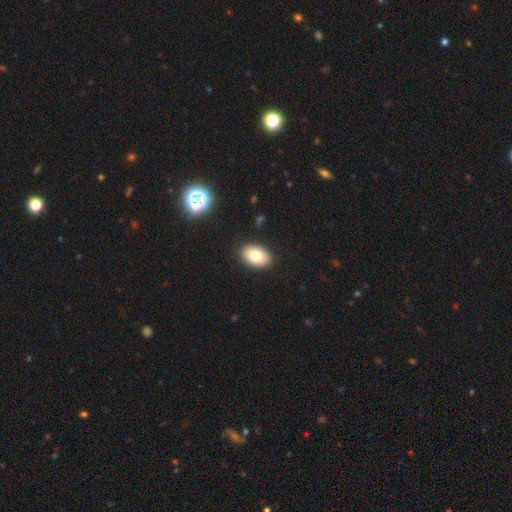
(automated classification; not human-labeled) The model was most divided on "smooth or featured": smooth: 77%, featured or disk: 14%, star or artifact: 8%. More confident: merging — none (90%); how rounded — in between (89%).